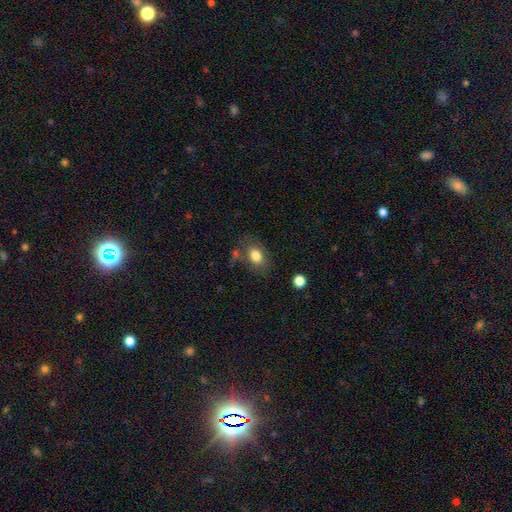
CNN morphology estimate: A smooth galaxy with no disk features (81%) that is in between round and cigar-shaped (74%).

Vote fractions:
- Smooth or featured? smooth: 81% / featured or disk: 11% / star or artifact: 9%
- How rounded? in between: 74% / round: 25% / cigar-shaped: 1%
- Merging? none: 67% / minor disturbance: 18% / merger: 9% / major disturbance: 7%